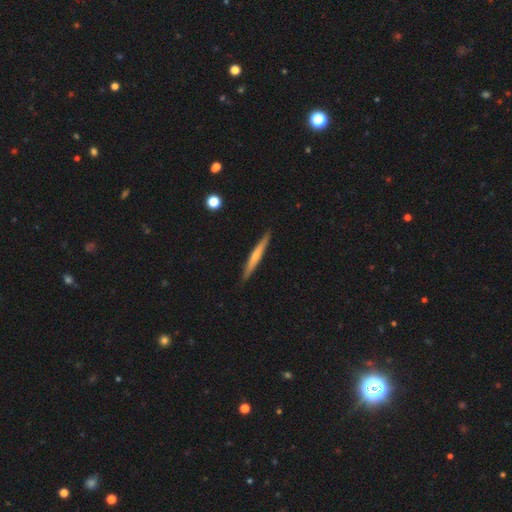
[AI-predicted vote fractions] A smooth galaxy with no disk features (49%). Merging: none (90%).